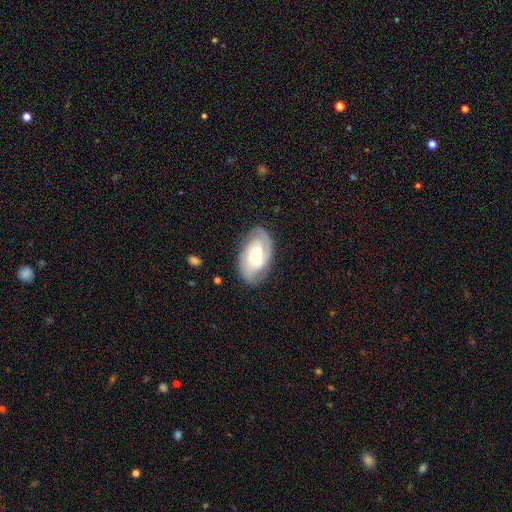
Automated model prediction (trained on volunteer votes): This appears to be a featured or disk galaxy (78%) with no bar (44%), 2 (62%) tight (57%) spiral arms (93%) and a moderate central bulge (51%). Merging: none (80%).